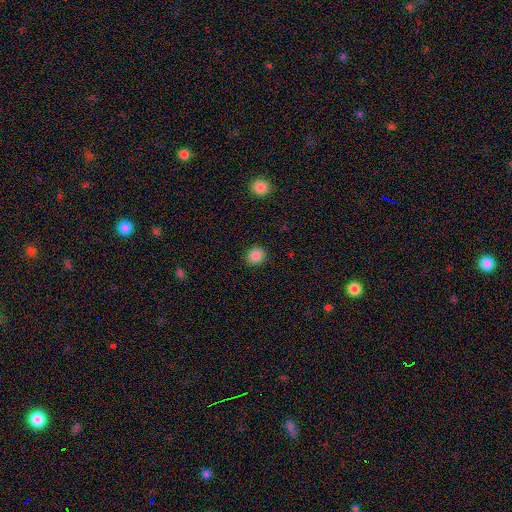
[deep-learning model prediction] A smooth galaxy with no disk features (86%) that is round (82%). Merging: none (90%).